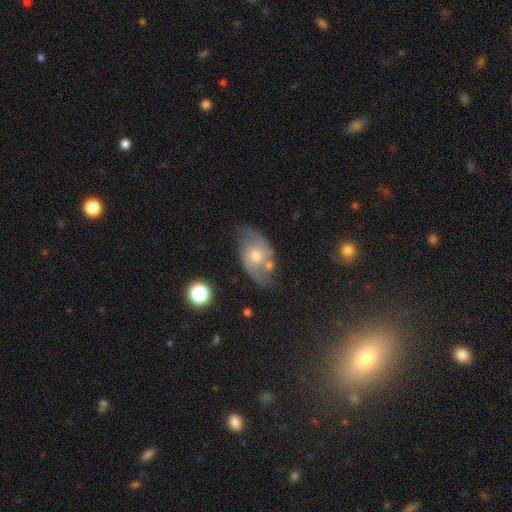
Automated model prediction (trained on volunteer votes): The model was most divided on "bulge size": moderate: 54%, small: 40%, large: 3%, none: 2%, dominant: 1%. More confident: edge-on disk — no (94%); spiral arms — yes (80%); bar — no (73%); smooth or featured — featured or disk (62%); merging — none (56%).